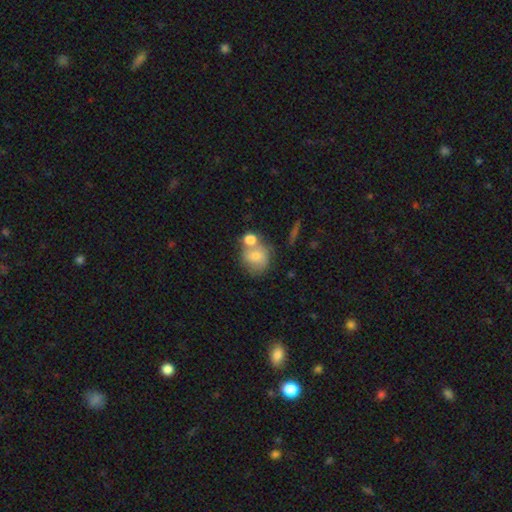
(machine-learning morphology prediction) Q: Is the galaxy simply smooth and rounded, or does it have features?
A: smooth — 70%.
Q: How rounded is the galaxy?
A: round — 71%.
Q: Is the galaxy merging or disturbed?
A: none — 44%.